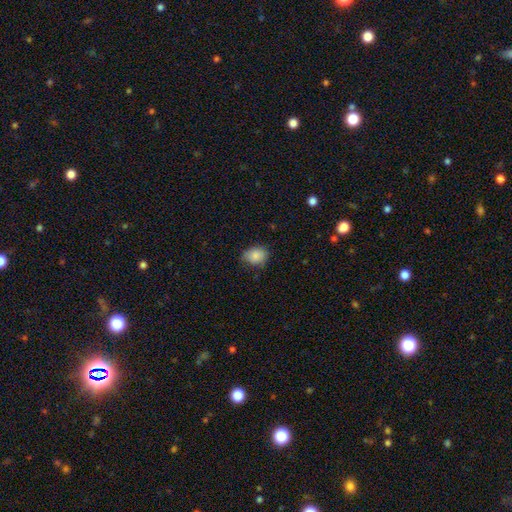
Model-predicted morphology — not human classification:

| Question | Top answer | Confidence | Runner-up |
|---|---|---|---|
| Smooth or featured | smooth | 86% | star or artifact (8%) |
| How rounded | in between | 59% | round (40%) |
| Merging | none | 70% | minor disturbance (24%) |